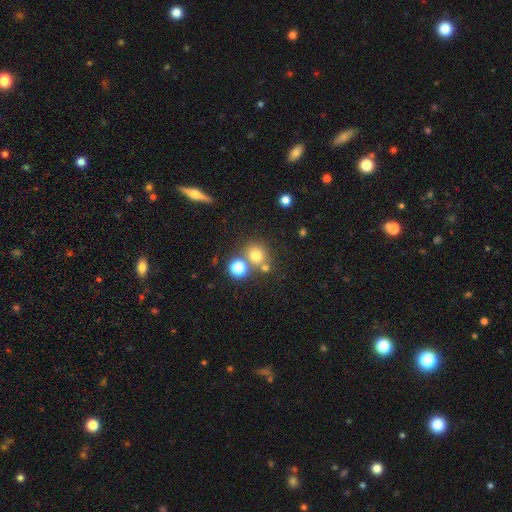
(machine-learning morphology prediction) This appears to be a smooth galaxy with no disk features (72%) that is round (85%). Merging: none (63%).